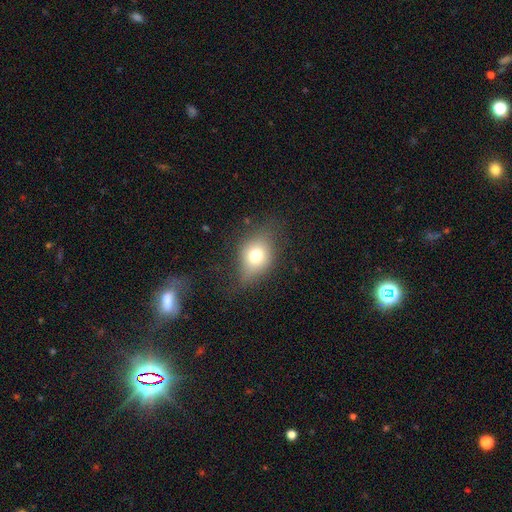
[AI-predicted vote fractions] This appears to be a smooth galaxy with no disk features (68%) that is in between round and cigar-shaped (56%). Merging: none (63%).